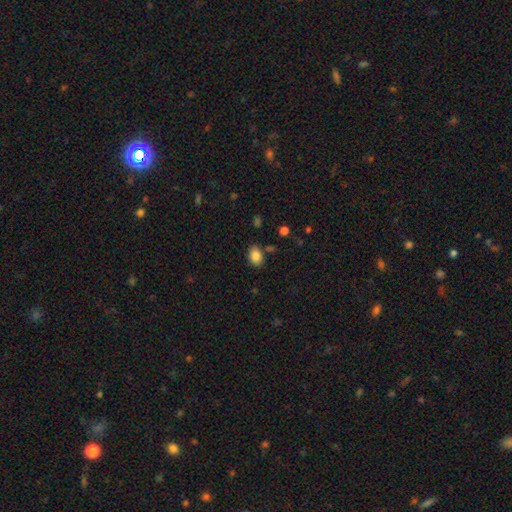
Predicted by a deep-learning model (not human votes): Smooth or featured?
  - smooth: 86% *
  - star or artifact: 9%
  - featured or disk: 5%
How rounded?
  - in between: 75% *
  - round: 24%
  - cigar-shaped: 1%
Merging?
  - none: 79% *
  - minor disturbance: 13%
  - merger: 5%
  - major disturbance: 3%